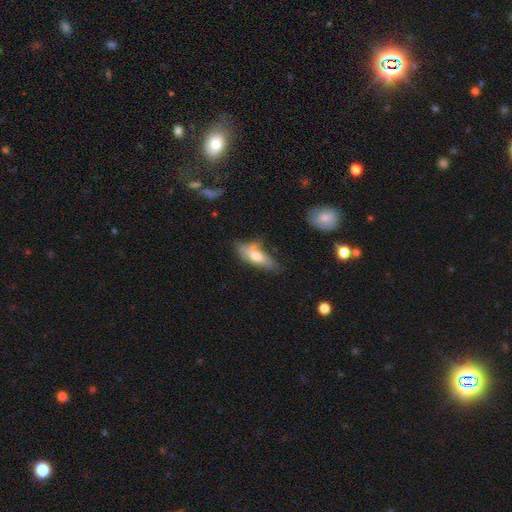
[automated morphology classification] Q: Smooth or featured?
A: smooth (60%); runner-up: featured or disk (33%)
Q: How rounded?
A: in between (65%); runner-up: cigar-shaped (32%)
Q: Merging?
A: none (48%); runner-up: minor disturbance (32%)